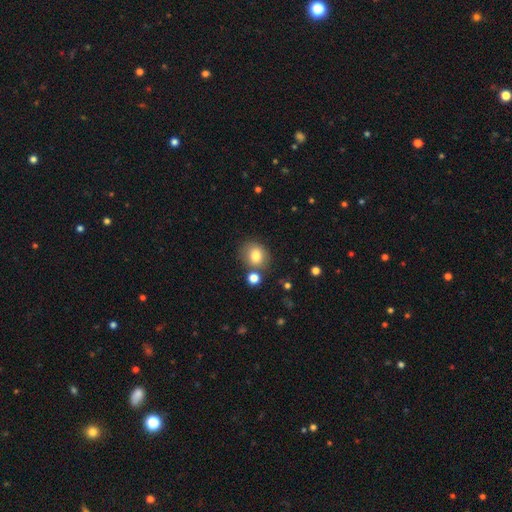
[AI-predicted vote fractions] A smooth galaxy with no disk features (81%) that is round (67%). Merging: none (68%).